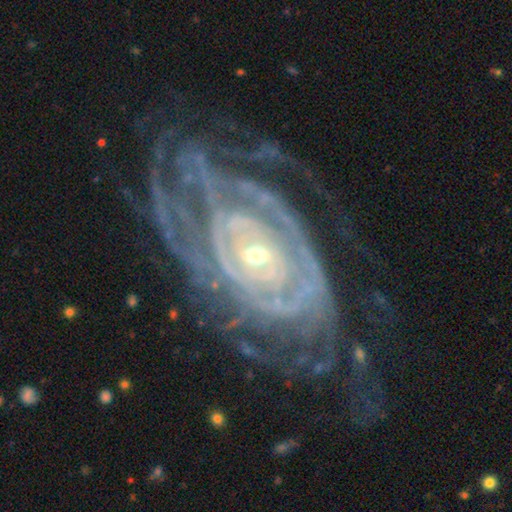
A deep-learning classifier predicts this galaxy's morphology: Q: Smooth or featured?
A: featured or disk (90%); runner-up: star or artifact (6%)
Q: Edge-on disk?
A: no (95%); runner-up: yes (5%)
Q: Bar?
A: no (63%); runner-up: weak (23%)
Q: Spiral arms?
A: yes (95%); runner-up: no (5%)
Q: Spiral winding?
A: tight (80%); runner-up: medium (16%)
Q: Spiral arm count?
A: can't tell (34%); runner-up: more than 4 (17%)
Q: Bulge size?
A: small (65%); runner-up: moderate (30%)
Q: Merging?
A: none (62%); runner-up: minor disturbance (20%)